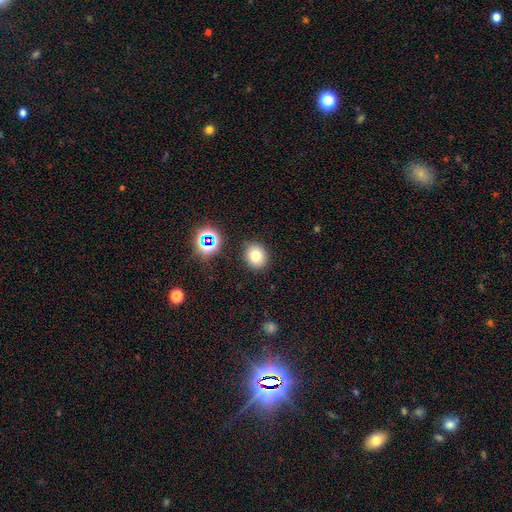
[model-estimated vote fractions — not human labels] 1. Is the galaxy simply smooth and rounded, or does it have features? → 75% smooth, 16% star or artifact, 9% featured or disk.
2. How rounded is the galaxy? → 72% round, 27% in between, 1% cigar-shaped.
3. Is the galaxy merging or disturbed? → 85% none, 9% minor disturbance, 3% major disturbance, 2% merger.